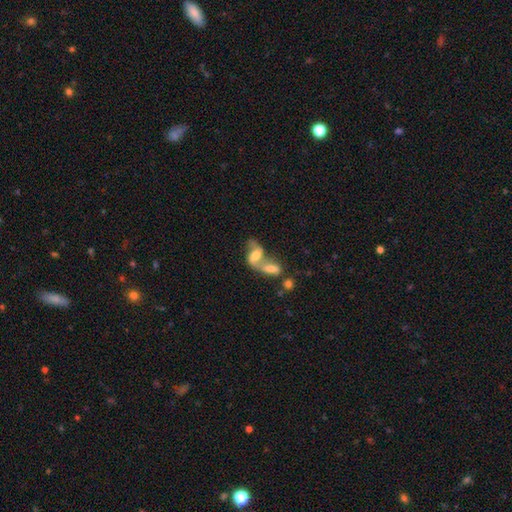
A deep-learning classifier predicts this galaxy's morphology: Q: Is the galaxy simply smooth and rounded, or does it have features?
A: featured or disk — 64%.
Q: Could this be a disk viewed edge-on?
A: no — 94%.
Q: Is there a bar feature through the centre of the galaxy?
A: no — 48%.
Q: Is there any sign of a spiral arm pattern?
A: yes — 84%.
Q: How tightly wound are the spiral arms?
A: loose — 73%.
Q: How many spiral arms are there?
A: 2 — 84%.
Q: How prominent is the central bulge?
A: moderate — 51%.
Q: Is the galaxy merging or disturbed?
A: merger — 67%.